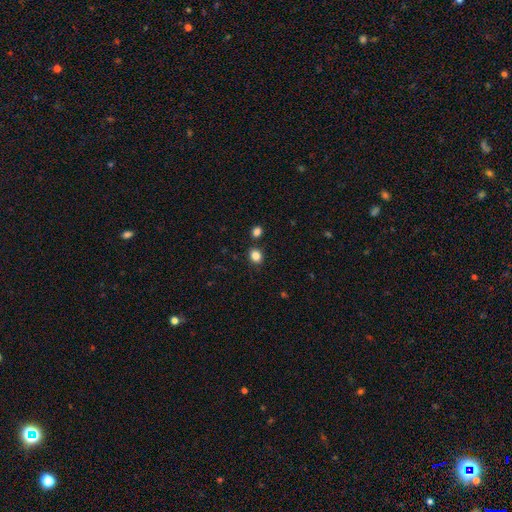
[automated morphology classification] Smooth or featured? smooth (85%)
How rounded? round (61%)
Merging? none (83%)